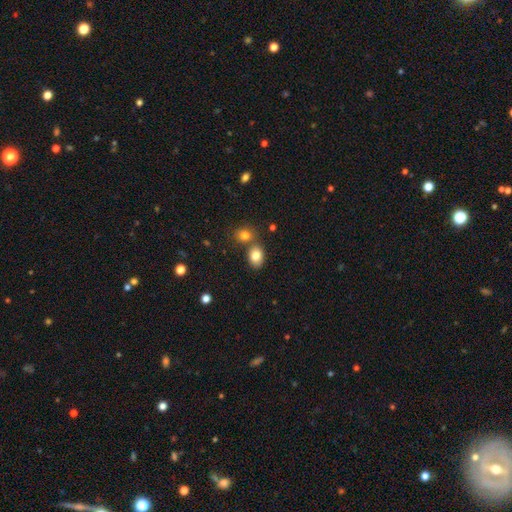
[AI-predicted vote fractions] A smooth galaxy with no disk features (82%) that is in between round and cigar-shaped (66%).

Vote fractions:
- Smooth or featured? smooth: 82% / star or artifact: 10% / featured or disk: 8%
- How rounded? in between: 66% / round: 32% / cigar-shaped: 1%
- Merging? none: 59% / merger: 27% / minor disturbance: 10% / major disturbance: 3%